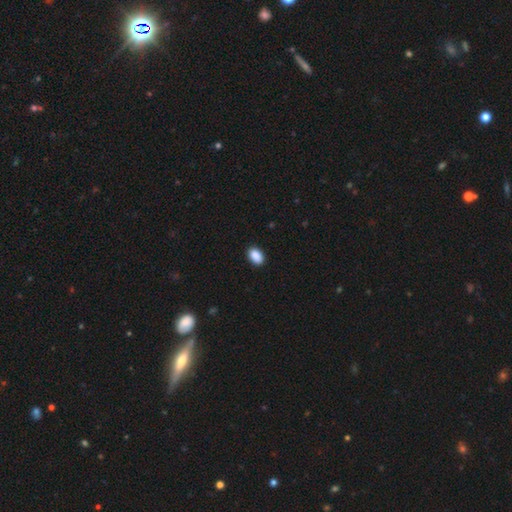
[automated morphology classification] smooth-or-featured: smooth: 90% | star or artifact: 7% | featured or disk: 2%
  how-rounded: in between: 89% | round: 10% | cigar-shaped: 1%
  merging: none: 89% | minor disturbance: 8% | major disturbance: 2% | merger: 1%